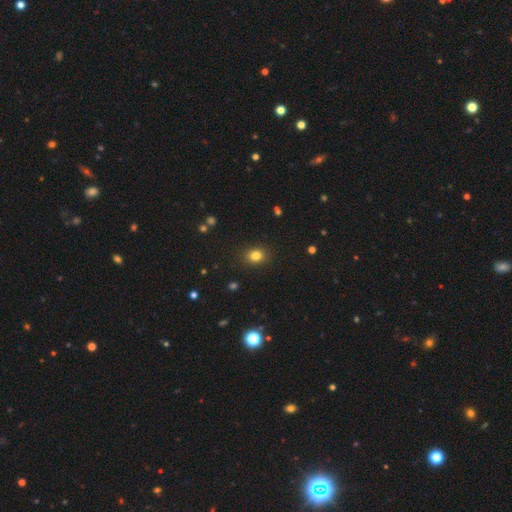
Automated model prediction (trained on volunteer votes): smooth_or_featured: smooth (p=0.81) [alt: star or artifact p=0.13]
how_rounded: round (p=0.56) [alt: in between p=0.43]
merging: none (p=0.89) [alt: minor disturbance p=0.08]